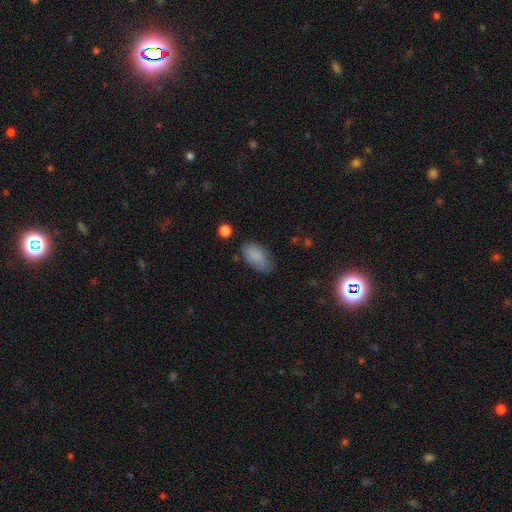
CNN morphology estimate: type=smooth (85%); roundness=in between (94%); merging=none (71%).